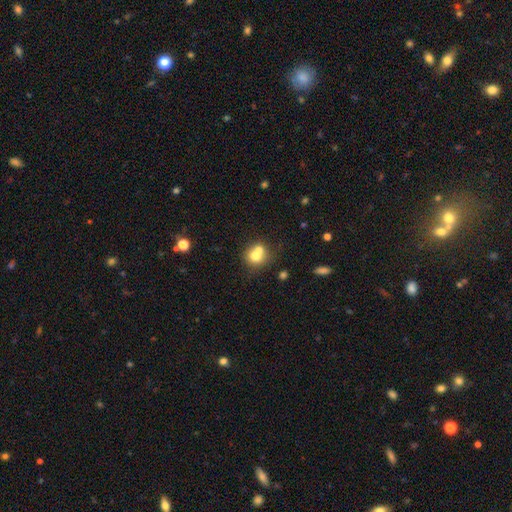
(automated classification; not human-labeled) Overall: smooth (70%). How rounded: round (78%). Merging: merger (53%; none 35%).